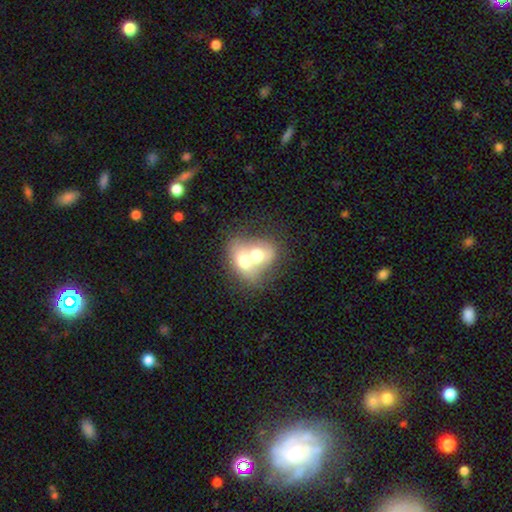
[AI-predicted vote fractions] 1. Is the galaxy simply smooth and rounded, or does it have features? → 61% smooth, 31% featured or disk, 8% star or artifact.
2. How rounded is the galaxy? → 56% in between, 43% round, 1% cigar-shaped.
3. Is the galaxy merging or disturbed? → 78% merger, 14% none, 5% minor disturbance, 4% major disturbance.